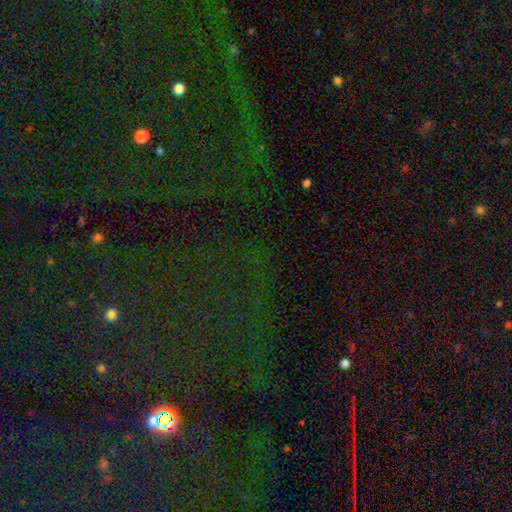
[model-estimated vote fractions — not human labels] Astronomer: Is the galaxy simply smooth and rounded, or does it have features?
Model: star or artifact — 80%.